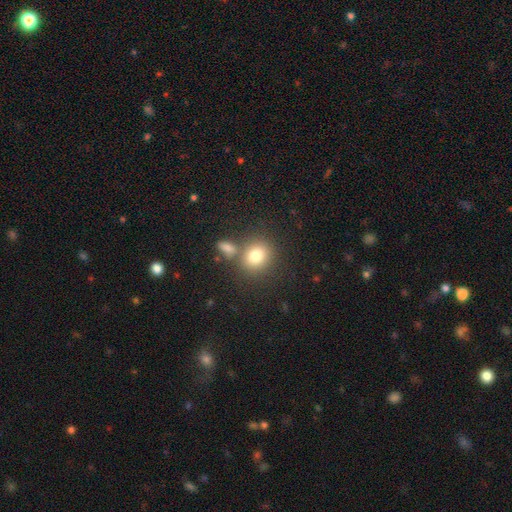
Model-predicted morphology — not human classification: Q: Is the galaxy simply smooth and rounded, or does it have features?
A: smooth — 80%.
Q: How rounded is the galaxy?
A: round — 74%.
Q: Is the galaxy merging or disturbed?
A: none — 64%.